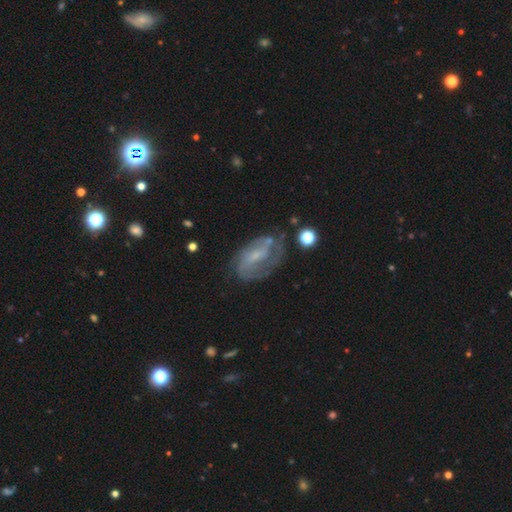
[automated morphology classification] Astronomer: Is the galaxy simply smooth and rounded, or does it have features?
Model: featured or disk — 76%.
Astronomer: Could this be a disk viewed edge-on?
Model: no — 96%.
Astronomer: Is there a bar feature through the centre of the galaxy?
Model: weak — 47% (runner-up: no, 37%).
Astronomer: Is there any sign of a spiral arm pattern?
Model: yes — 86%.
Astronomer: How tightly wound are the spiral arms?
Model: medium — 43% (runner-up: tight, 36%).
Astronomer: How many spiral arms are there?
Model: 2 — 50% (runner-up: can't tell, 26%).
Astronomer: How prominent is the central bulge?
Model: small — 60%.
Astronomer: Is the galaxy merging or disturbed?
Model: none — 56%.